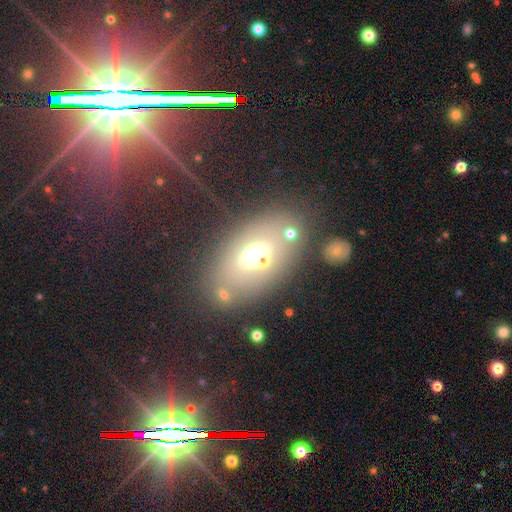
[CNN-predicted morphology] type=smooth (44%); merging=none (69%).